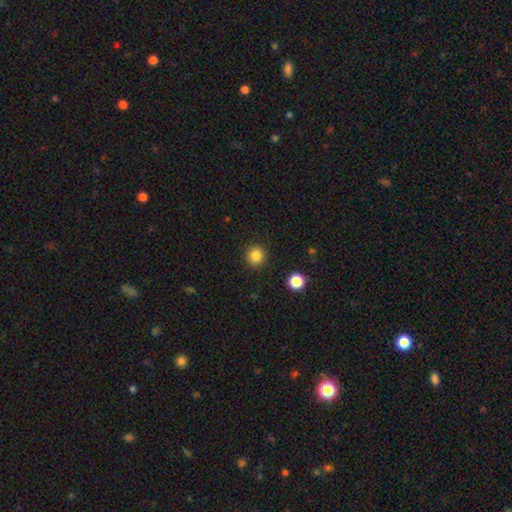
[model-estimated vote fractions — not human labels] This is clearly a smooth galaxy (84%). How rounded: clearly round (93%). Merging: clearly none (91%).